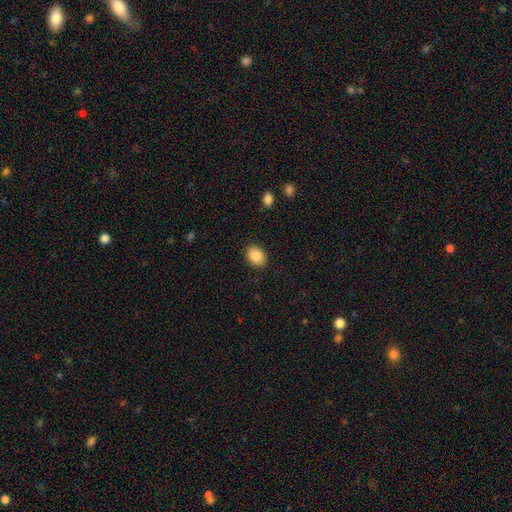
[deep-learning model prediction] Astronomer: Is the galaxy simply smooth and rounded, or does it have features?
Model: smooth — 87%.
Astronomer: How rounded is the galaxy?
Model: in between — 71%.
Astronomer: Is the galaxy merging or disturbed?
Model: none — 89%.